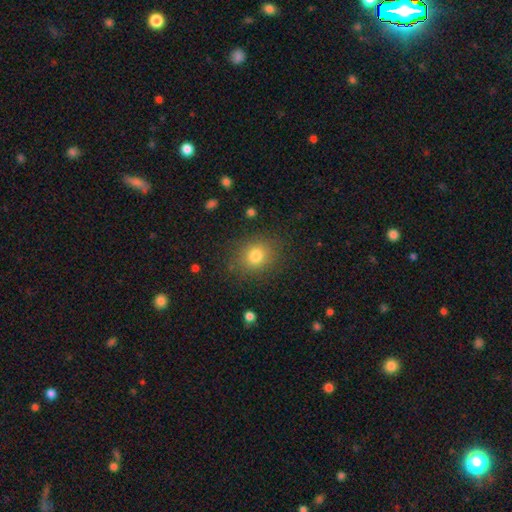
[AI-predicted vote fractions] Smooth or featured? smooth (80%)
How rounded? round (72%)
Merging? none (84%)